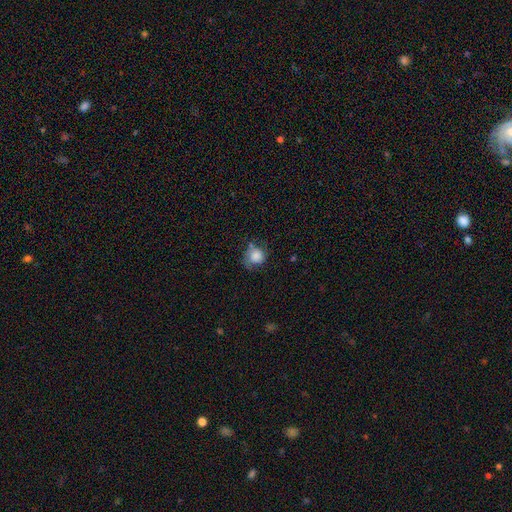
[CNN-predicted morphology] Smooth or featured? smooth (77%)
How rounded? round (78%)
Merging? none (47%)